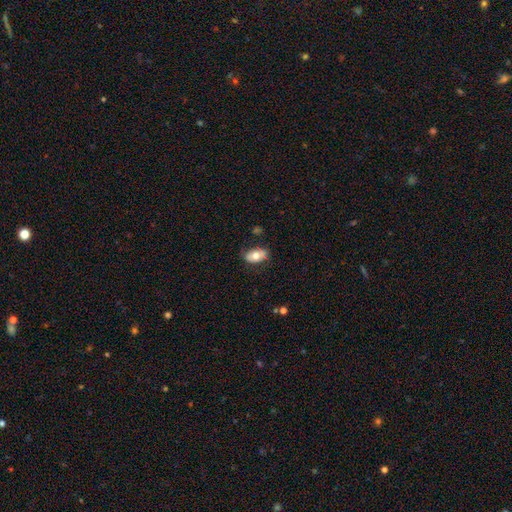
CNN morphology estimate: Smooth or featured? smooth (65%)
How rounded? in between (89%)
Merging? none (71%)